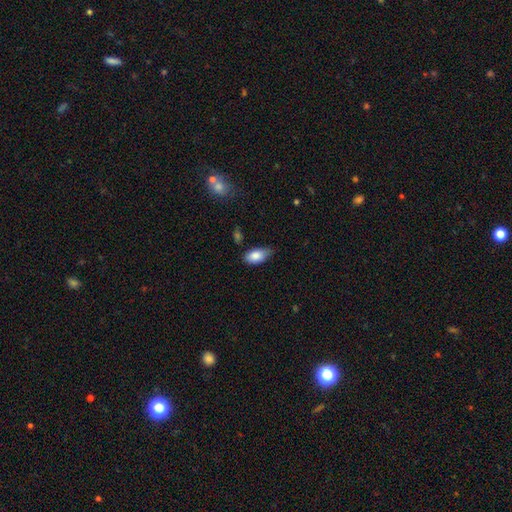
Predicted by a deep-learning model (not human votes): Smooth or featured? Predicted: smooth (p=0.84). How rounded? Predicted: in between (p=0.93). Merging? Predicted: none (p=0.59).